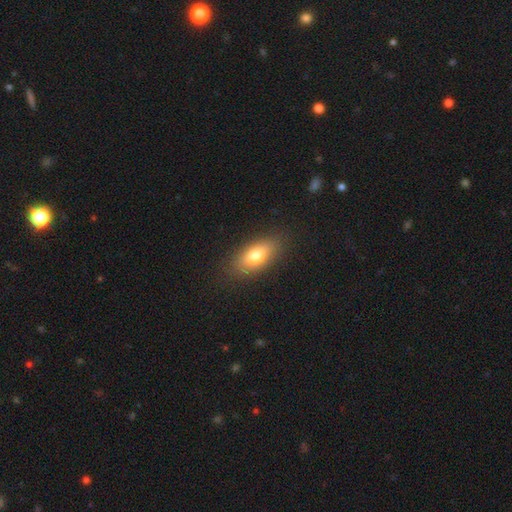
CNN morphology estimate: Smooth or featured? Predicted: smooth (p=0.75). How rounded? Predicted: in between (p=0.84). Merging? Predicted: none (p=0.85).